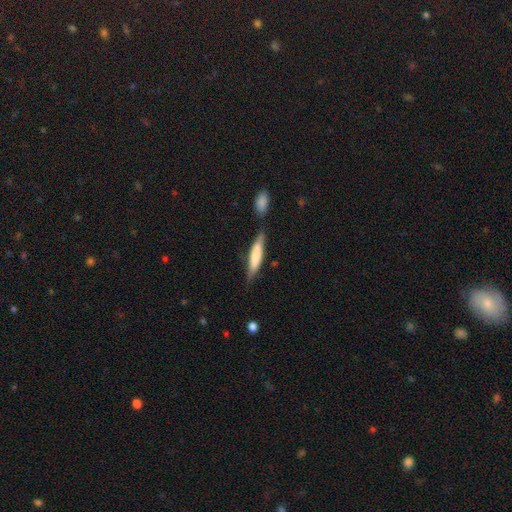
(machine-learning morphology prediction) This appears to be a smooth galaxy with no disk features (68%) that is cigar-shaped (82%). Merging: none (63%).